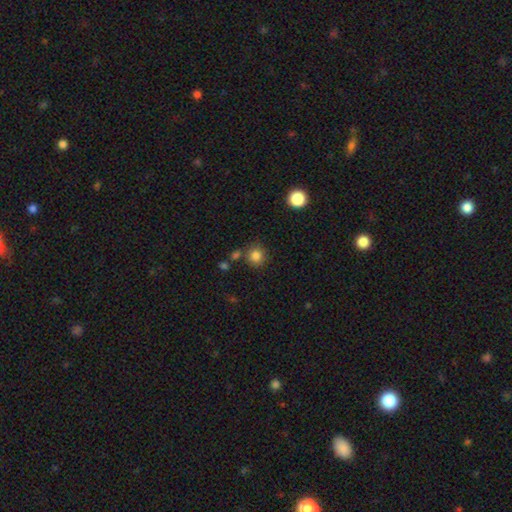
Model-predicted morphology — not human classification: The model was most divided on "merging": none: 79%, minor disturbance: 10%, merger: 9%, major disturbance: 3%. More confident: how rounded — round (91%); smooth or featured — smooth (83%).